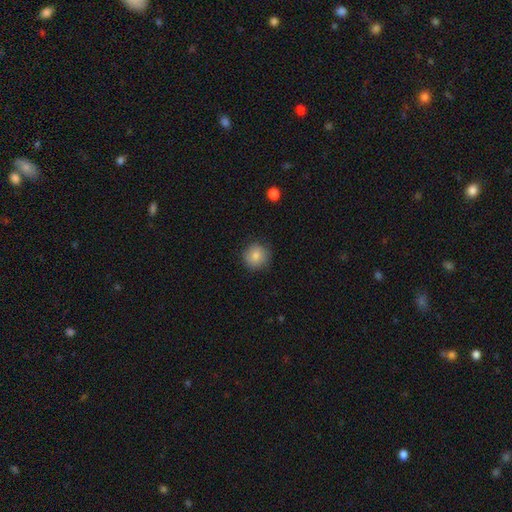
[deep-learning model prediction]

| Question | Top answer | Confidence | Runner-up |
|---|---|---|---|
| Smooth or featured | smooth | 83% | star or artifact (9%) |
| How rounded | round | 93% | in between (6%) |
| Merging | none | 88% | minor disturbance (9%) |